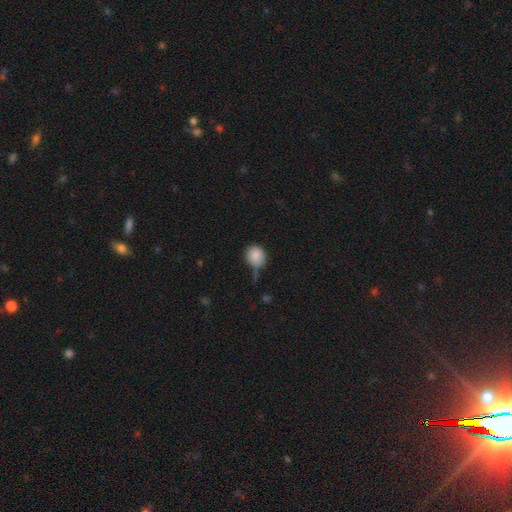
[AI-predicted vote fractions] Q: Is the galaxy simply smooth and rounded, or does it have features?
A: smooth — 87%.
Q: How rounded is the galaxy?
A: round — 81%.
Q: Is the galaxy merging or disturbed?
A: none — 51%.